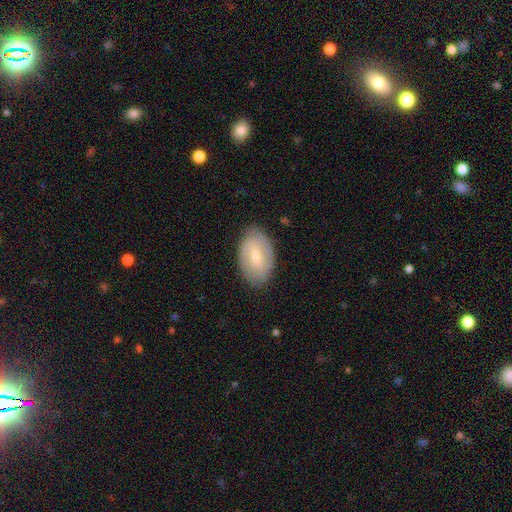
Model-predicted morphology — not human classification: Smooth or featured? Predicted: smooth (p=0.48). Merging? Predicted: none (p=0.82).